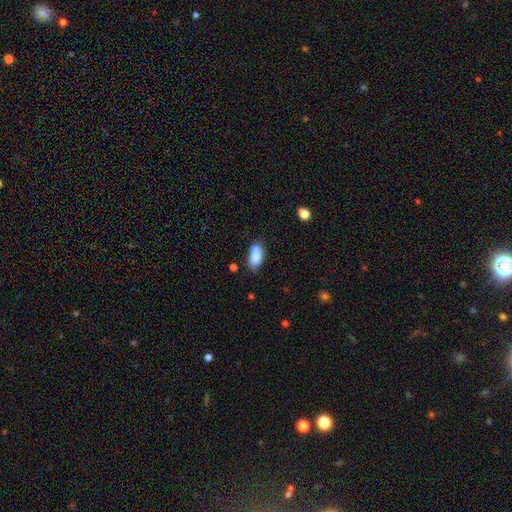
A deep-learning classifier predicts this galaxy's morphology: Overall: smooth (84%). How rounded: in between (84%). Merging: none (65%).